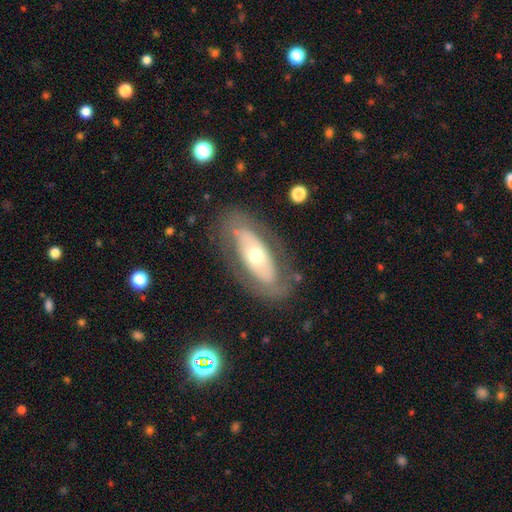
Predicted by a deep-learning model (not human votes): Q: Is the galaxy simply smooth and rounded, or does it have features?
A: featured or disk — 62%.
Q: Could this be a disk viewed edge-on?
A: no — 83%.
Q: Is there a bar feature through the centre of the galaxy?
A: no — 80%.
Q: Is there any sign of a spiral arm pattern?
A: no — 65%.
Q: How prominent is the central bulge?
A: moderate — 54%.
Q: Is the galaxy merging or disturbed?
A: none — 78%.